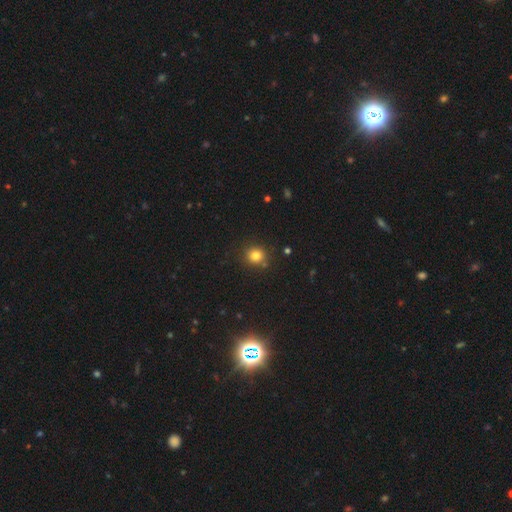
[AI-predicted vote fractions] Smooth or featured?
  - smooth: 81% *
  - star or artifact: 13%
  - featured or disk: 6%
How rounded?
  - round: 85% *
  - in between: 14%
  - cigar-shaped: 1%
Merging?
  - none: 83% *
  - minor disturbance: 10%
  - merger: 4%
  - major disturbance: 3%